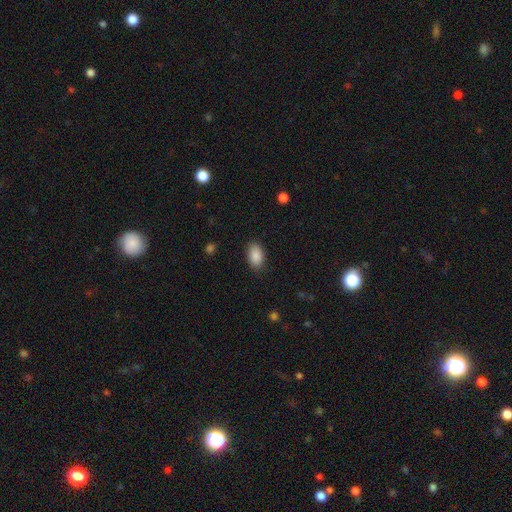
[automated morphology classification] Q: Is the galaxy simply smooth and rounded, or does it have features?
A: smooth — 89%.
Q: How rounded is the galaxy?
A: in between — 92%.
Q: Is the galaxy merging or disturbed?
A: none — 86%.